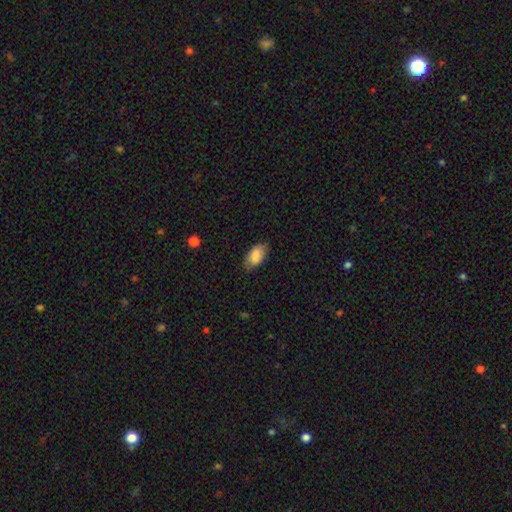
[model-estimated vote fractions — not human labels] smooth_or_featured: smooth (p=0.84) [alt: featured or disk p=0.09]
how_rounded: in between (p=0.93) [alt: round p=0.04]
merging: none (p=0.76) [alt: minor disturbance p=0.19]